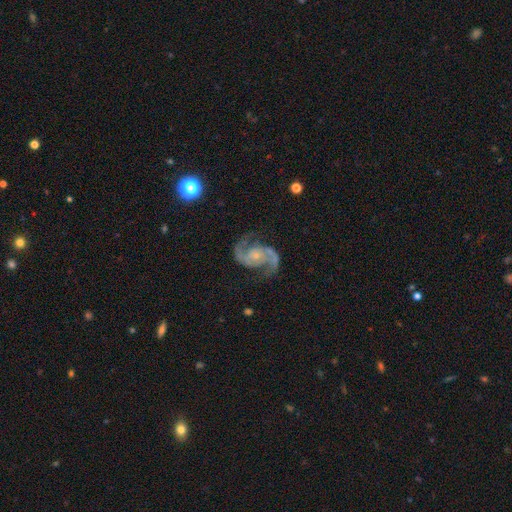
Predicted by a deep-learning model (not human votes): smooth-or-featured: featured or disk: 93% | star or artifact: 5% | smooth: 3%
  disk-edge-on: no: 98% | yes: 2%
    bar: no: 64% | weak: 28% | strong: 9%
    has-spiral-arms: yes: 98% | no: 2%
      spiral-winding: medium: 59% | loose: 27% | tight: 13%
      spiral-arm-count: 2: 94% | can't tell: 1% | 3: 1% | 1: 1% | 4: 1% | more than 4: 1%
    bulge-size: small: 69% | moderate: 20% | none: 8% | large: 2% | dominant: 1%
  merging: none: 77% | minor disturbance: 14% | major disturbance: 7% | merger: 2%